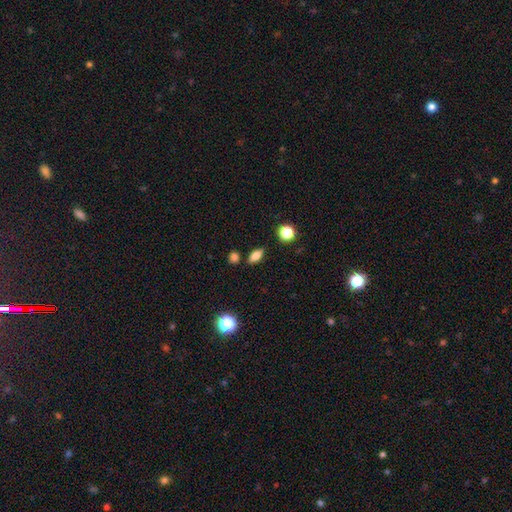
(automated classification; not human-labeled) This is likely a smooth galaxy (68%). How rounded: likely in between (73%). Merging: clearly none (83%).